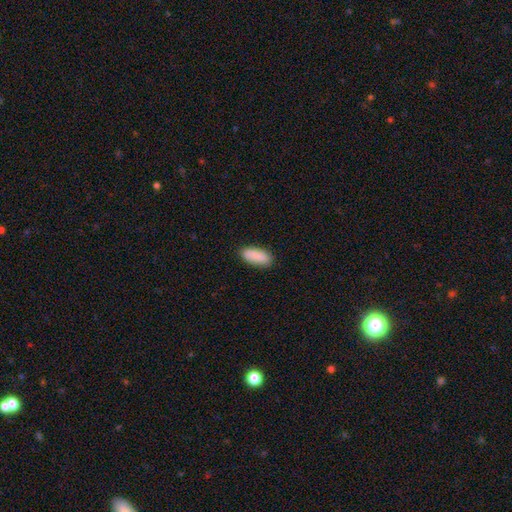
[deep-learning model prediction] Q: Smooth or featured?
A: smooth (88%); runner-up: star or artifact (6%)
Q: How rounded?
A: in between (81%); runner-up: cigar-shaped (17%)
Q: Merging?
A: none (86%); runner-up: minor disturbance (10%)